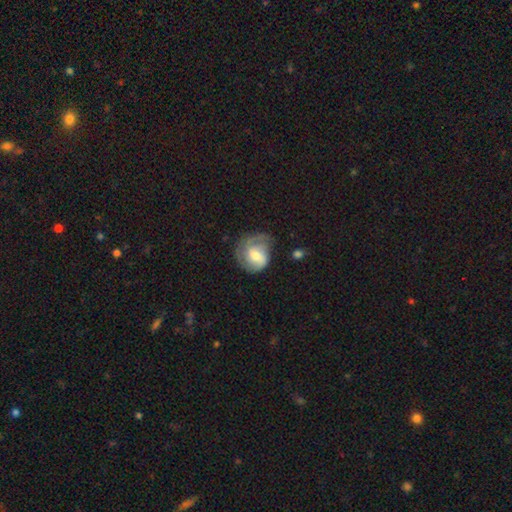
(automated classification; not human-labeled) The model was most divided on "spiral winding": tight: 41%, medium: 40%, loose: 19%. Remaining: edge-on disk — no (98%); spiral arms — yes (85%); smooth or featured — featured or disk (62%); bulge size — moderate (59%); merging — none (50%); bar — weak (47%); spiral arm count — 2 (45%).